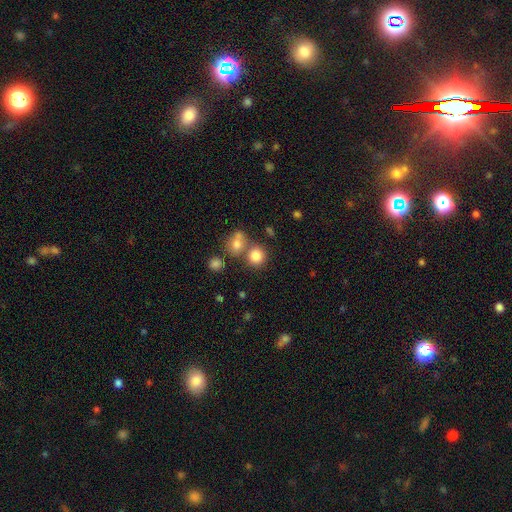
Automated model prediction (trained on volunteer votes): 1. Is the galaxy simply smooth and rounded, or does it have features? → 80% smooth, 12% star or artifact, 8% featured or disk.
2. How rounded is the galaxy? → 85% round, 14% in between, 1% cigar-shaped.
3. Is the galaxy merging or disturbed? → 61% none, 27% merger, 9% minor disturbance, 3% major disturbance.